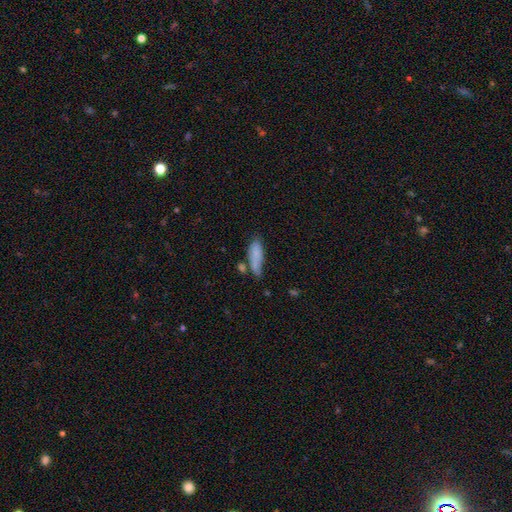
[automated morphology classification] smooth 79%, featured or disk 13%, star or artifact 8%. Down the decision tree: how rounded — in between (52%); merging — none (49%).